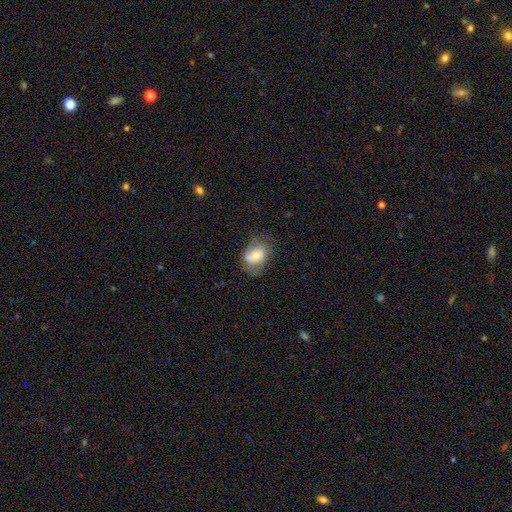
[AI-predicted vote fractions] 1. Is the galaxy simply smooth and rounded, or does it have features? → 53% smooth, 39% featured or disk, 8% star or artifact.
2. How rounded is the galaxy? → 71% in between, 28% round, 1% cigar-shaped.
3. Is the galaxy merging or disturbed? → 57% none, 26% minor disturbance, 15% major disturbance, 2% merger.